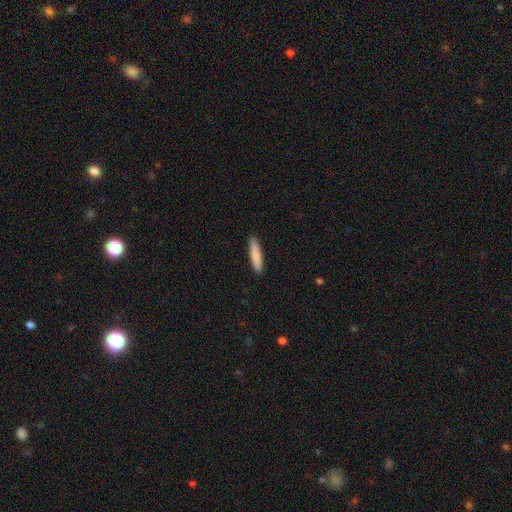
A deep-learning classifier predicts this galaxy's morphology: Smooth or featured?
  - smooth: 85% *
  - featured or disk: 9%
  - star or artifact: 6%
How rounded?
  - cigar-shaped: 86% *
  - in between: 12%
  - round: 1%
Merging?
  - none: 90% *
  - minor disturbance: 8%
  - major disturbance: 2%
  - merger: 1%